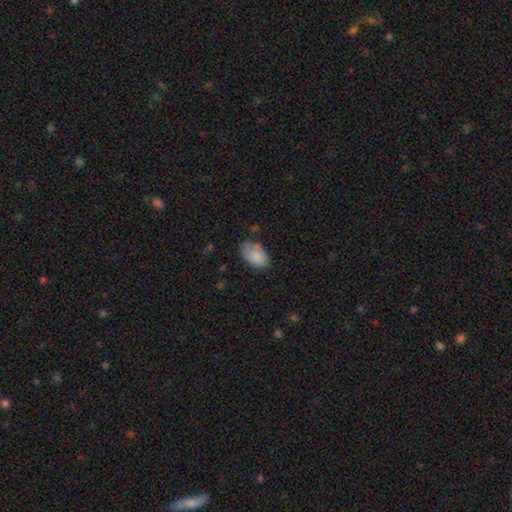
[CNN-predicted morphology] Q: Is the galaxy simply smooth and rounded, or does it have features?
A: smooth — 85%.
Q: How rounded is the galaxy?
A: in between — 92%.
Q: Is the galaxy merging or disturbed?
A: none — 62%.